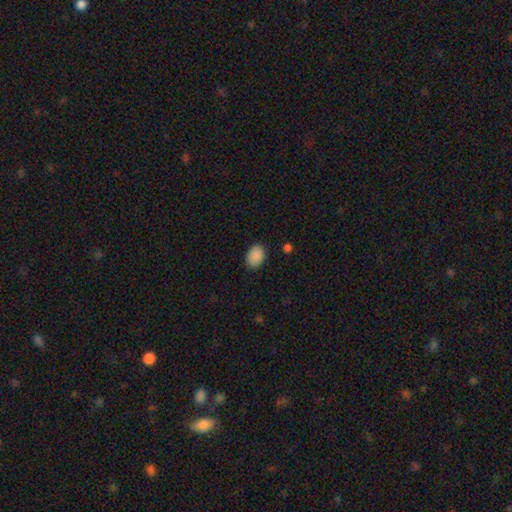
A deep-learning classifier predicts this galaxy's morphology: Smooth or featured? smooth (89%)
How rounded? in between (76%)
Merging? none (86%)